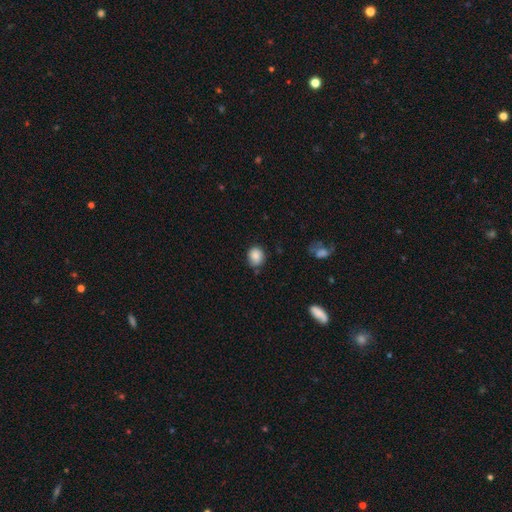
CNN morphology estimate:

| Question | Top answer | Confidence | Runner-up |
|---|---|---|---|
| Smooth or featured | smooth | 86% | star or artifact (9%) |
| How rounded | round | 70% | in between (29%) |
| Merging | none | 75% | minor disturbance (19%) |